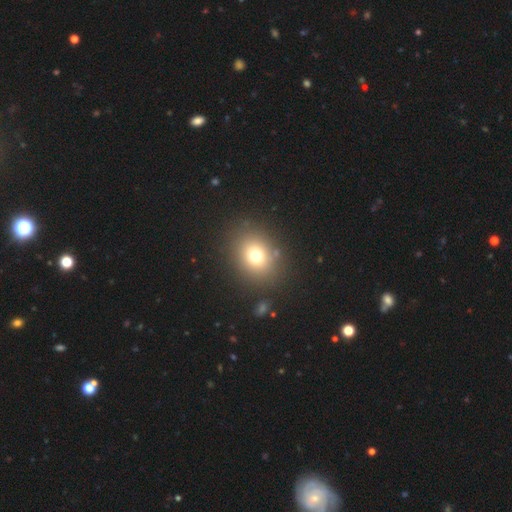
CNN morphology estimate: This appears to be a smooth galaxy with no disk features (73%) that is round (58%). Merging: none (84%).